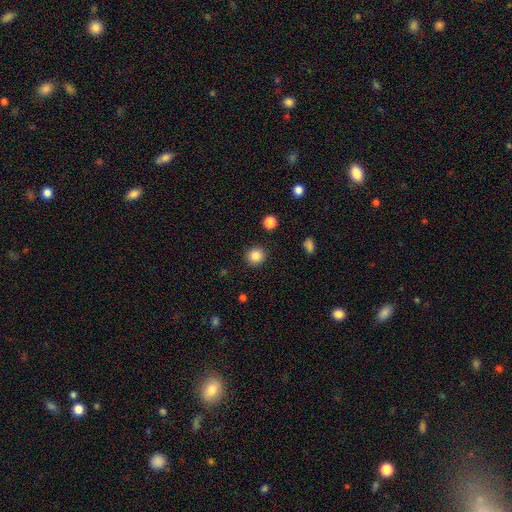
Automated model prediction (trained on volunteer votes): This appears to be a smooth galaxy with no disk features (86%) that is round (89%). Merging: none (90%).